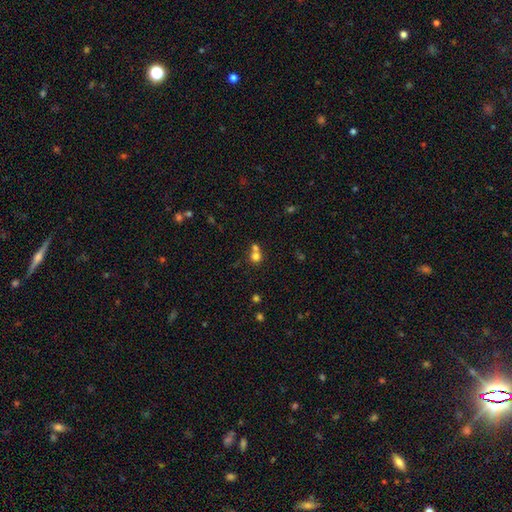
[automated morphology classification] smooth_or_featured: smooth (p=0.74) [alt: star or artifact p=0.15]
how_rounded: round (p=0.85) [alt: in between p=0.14]
merging: merger (p=0.51) [alt: none p=0.39]